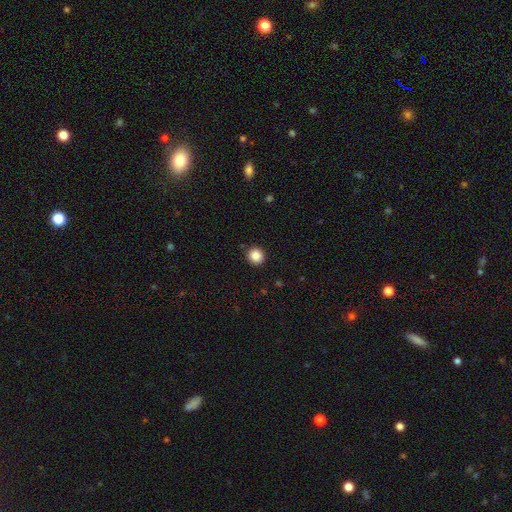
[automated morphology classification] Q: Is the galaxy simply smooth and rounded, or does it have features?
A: smooth — 87%.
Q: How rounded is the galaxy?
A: round — 92%.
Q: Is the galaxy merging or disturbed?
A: none — 92%.